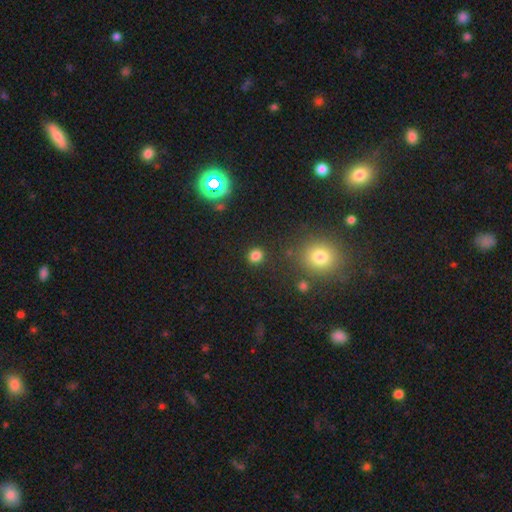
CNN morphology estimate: Smooth or featured: smooth — 80% (star or artifact — 15%)
How rounded: round — 83% (in between — 16%)
Merging: none — 87% (minor disturbance — 7%)